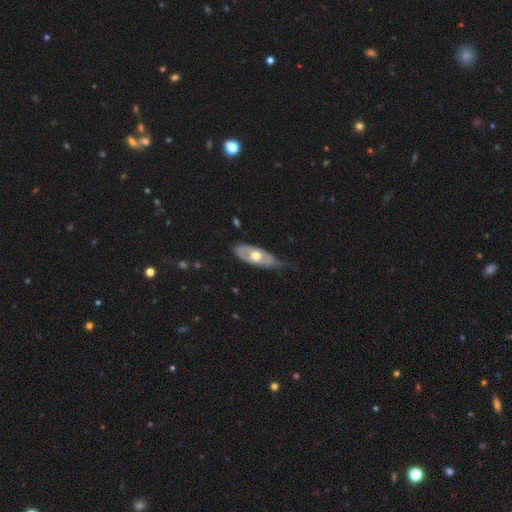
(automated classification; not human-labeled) A featured or disk galaxy (52%). Merging: none (50%).